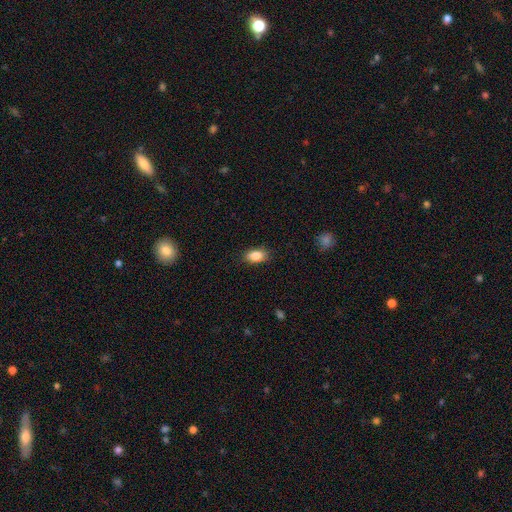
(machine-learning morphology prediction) type=smooth (87%); roundness=in between (90%); merging=none (86%).